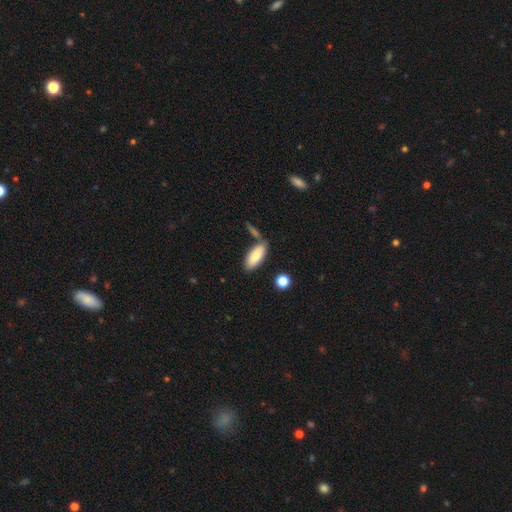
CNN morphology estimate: Q: Smooth or featured?
A: smooth (82%); runner-up: featured or disk (11%)
Q: How rounded?
A: in between (76%); runner-up: cigar-shaped (22%)
Q: Merging?
A: none (69%); runner-up: merger (14%)